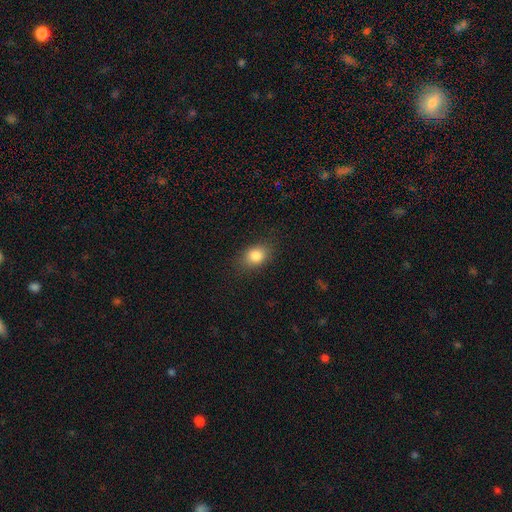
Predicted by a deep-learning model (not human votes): Q: Smooth or featured?
A: smooth (84%); runner-up: star or artifact (10%)
Q: How rounded?
A: in between (69%); runner-up: round (29%)
Q: Merging?
A: none (82%); runner-up: minor disturbance (13%)